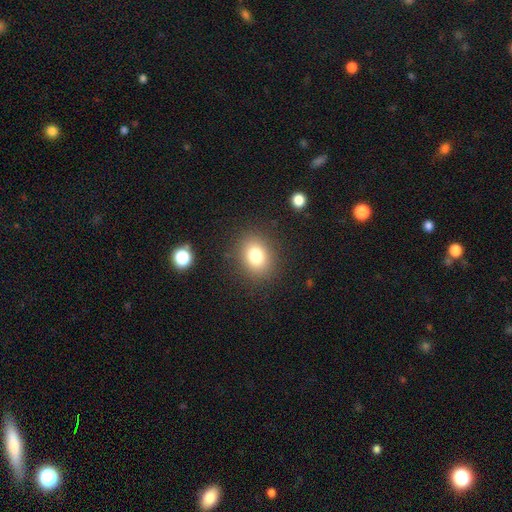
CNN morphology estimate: Smooth or featured? Predicted: smooth (p=0.78). How rounded? Predicted: round (p=0.54). Merging? Predicted: none (p=0.87).